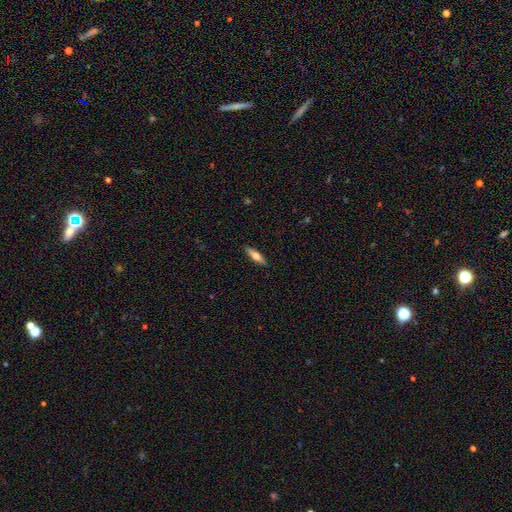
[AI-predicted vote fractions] smooth_or_featured: smooth (p=0.60) [alt: featured or disk p=0.33]
how_rounded: cigar-shaped (p=0.60) [alt: in between p=0.38]
merging: none (p=0.89) [alt: minor disturbance p=0.08]